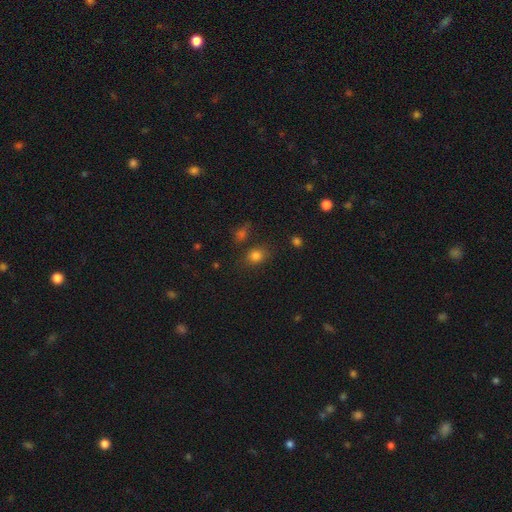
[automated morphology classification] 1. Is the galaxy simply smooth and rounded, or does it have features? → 79% smooth, 14% star or artifact, 7% featured or disk.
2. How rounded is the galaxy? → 50% in between, 49% round, 1% cigar-shaped.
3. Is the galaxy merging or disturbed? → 73% none, 14% minor disturbance, 8% merger, 5% major disturbance.